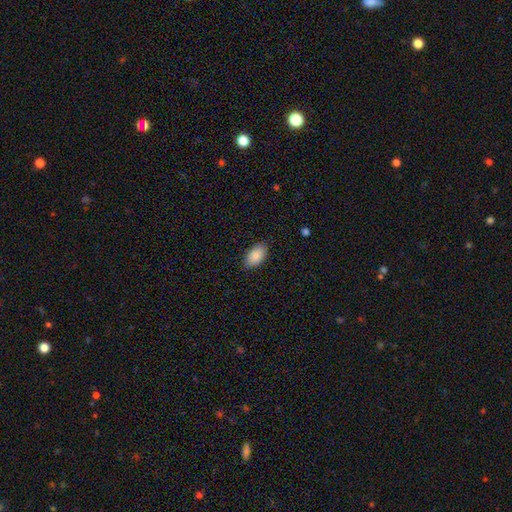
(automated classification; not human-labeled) smooth_or_featured: smooth (p=0.88) [alt: star or artifact p=0.06]
how_rounded: in between (p=0.95) [alt: round p=0.03]
merging: none (p=0.86) [alt: minor disturbance p=0.10]